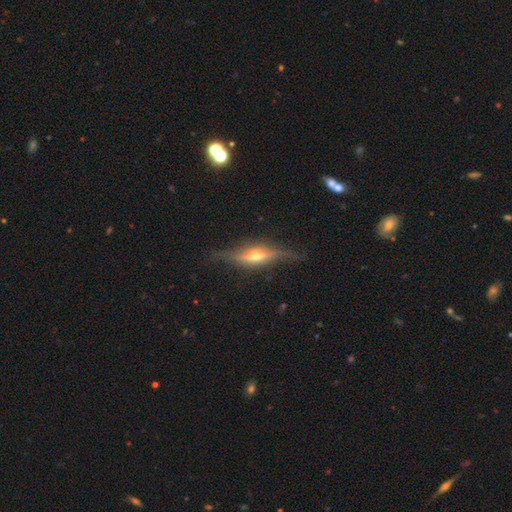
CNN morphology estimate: smooth_or_featured: featured or disk (p=0.80) [alt: smooth p=0.13]
disk_edge_on: yes (p=0.91) [alt: no p=0.09]
edge_on_bulge: rounded (p=0.86) [alt: boxy p=0.09]
merging: none (p=0.76) [alt: minor disturbance p=0.16]